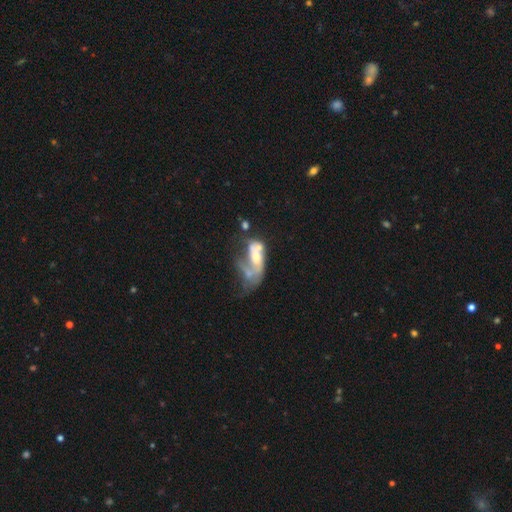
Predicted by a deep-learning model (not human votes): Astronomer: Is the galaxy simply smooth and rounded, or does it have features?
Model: featured or disk — 58%.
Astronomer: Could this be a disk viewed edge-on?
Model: no — 95%.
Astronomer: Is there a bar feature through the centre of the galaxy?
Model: no — 72%.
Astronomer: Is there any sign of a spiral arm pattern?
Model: no — 65%.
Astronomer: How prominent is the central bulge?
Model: moderate — 44% (runner-up: small, 25%).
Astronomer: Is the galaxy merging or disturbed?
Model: merger — 40% (runner-up: major disturbance, 37%).